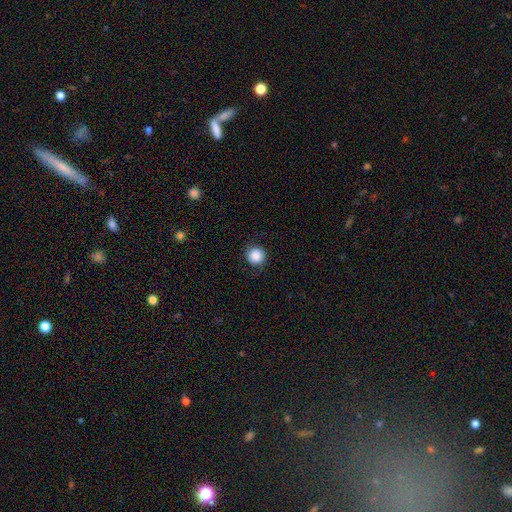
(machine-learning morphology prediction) smooth-or-featured: smooth: 88% | star or artifact: 9% | featured or disk: 4%
  how-rounded: round: 95% | in between: 4% | cigar-shaped: 1%
  merging: none: 88% | minor disturbance: 8% | major disturbance: 3% | merger: 1%